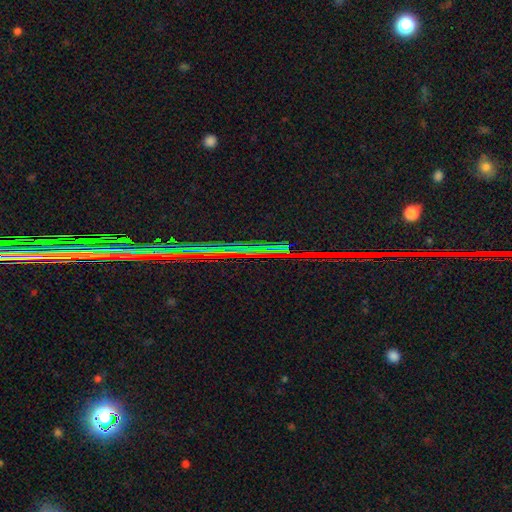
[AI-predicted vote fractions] Q: Smooth or featured?
A: star or artifact (86%); runner-up: featured or disk (8%)